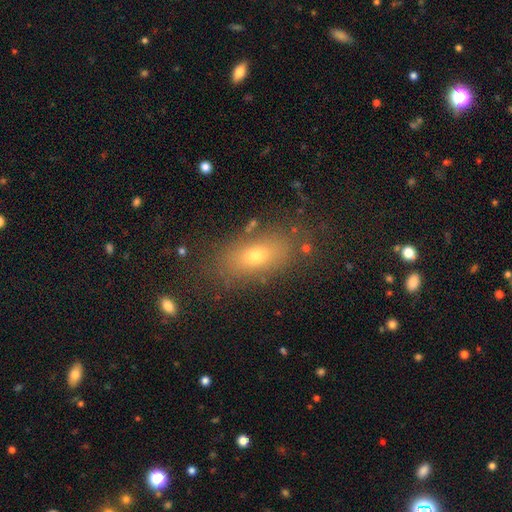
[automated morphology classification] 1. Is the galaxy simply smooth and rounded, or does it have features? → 69% smooth, 19% featured or disk, 12% star or artifact.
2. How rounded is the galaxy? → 80% in between, 12% cigar-shaped, 8% round.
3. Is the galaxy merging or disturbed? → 80% none, 12% minor disturbance, 5% major disturbance, 3% merger.